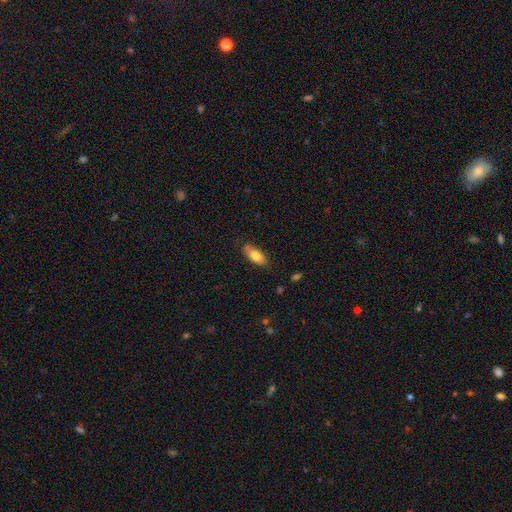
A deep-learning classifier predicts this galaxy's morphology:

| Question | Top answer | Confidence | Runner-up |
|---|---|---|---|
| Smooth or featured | smooth | 75% | featured or disk (18%) |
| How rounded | in between | 82% | cigar-shaped (15%) |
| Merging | none | 71% | minor disturbance (19%) |